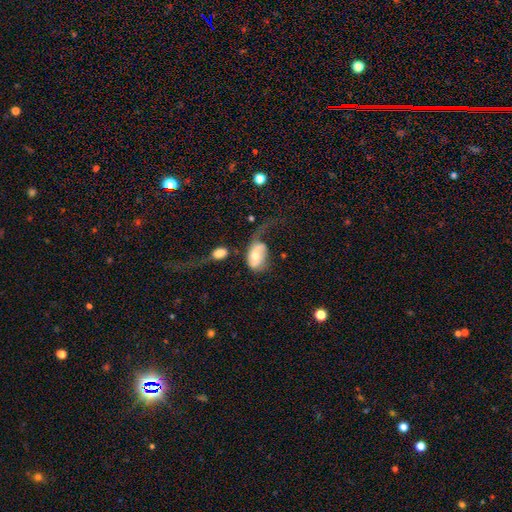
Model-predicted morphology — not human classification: Smooth or featured?
  - featured or disk: 50% *
  - smooth: 43%
  - star or artifact: 7%
Edge-on disk?
  - no: 94% *
  - yes: 6%
Merging?
  - major disturbance: 47% *
  - none: 22%
  - minor disturbance: 18%
  - merger: 13%